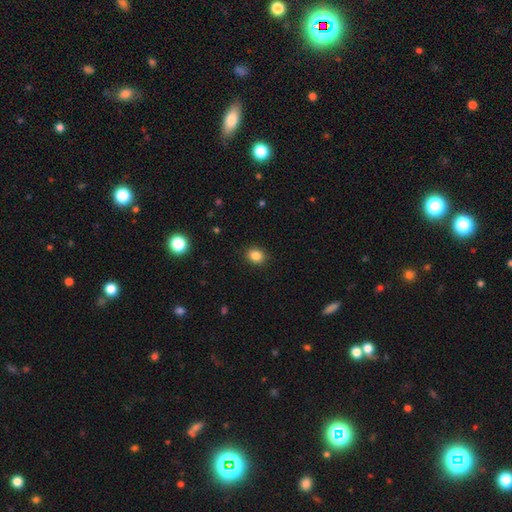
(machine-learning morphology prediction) Q: Smooth or featured?
A: smooth (85%); runner-up: star or artifact (11%)
Q: How rounded?
A: round (64%); runner-up: in between (35%)
Q: Merging?
A: none (91%); runner-up: minor disturbance (6%)